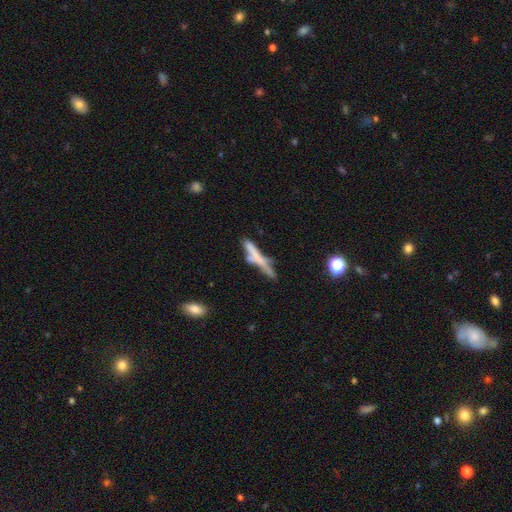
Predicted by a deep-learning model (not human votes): Smooth or featured? smooth (50%)
How rounded? cigar-shaped (90%)
Merging? none (47%)